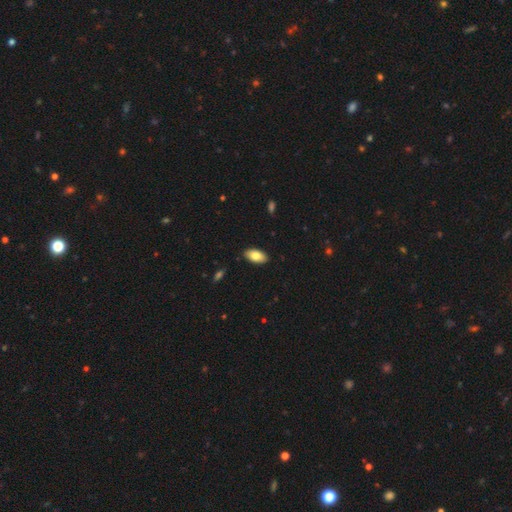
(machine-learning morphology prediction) Smooth or featured?
  - smooth: 83% *
  - featured or disk: 10%
  - star or artifact: 6%
How rounded?
  - in between: 95% *
  - cigar-shaped: 3%
  - round: 3%
Merging?
  - none: 89% *
  - minor disturbance: 8%
  - major disturbance: 2%
  - merger: 1%